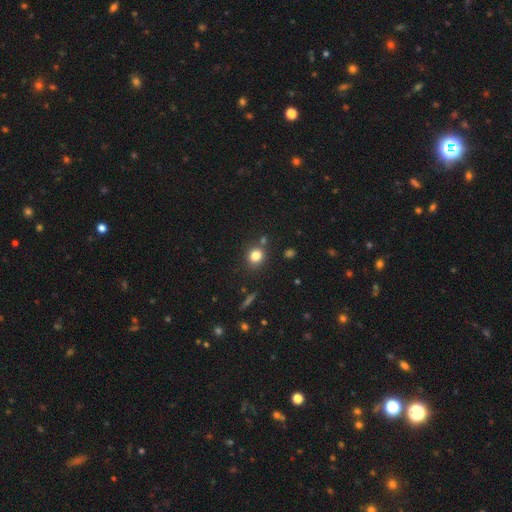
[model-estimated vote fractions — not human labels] A smooth galaxy with no disk features (81%) that is round (74%).

Vote fractions:
- Smooth or featured? smooth: 81% / star or artifact: 13% / featured or disk: 6%
- How rounded? round: 74% / in between: 24% / cigar-shaped: 1%
- Merging? none: 79% / minor disturbance: 10% / merger: 8% / major disturbance: 3%